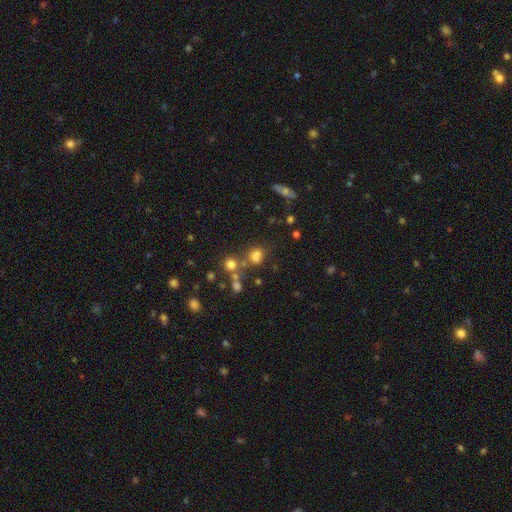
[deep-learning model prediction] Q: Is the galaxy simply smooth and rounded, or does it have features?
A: smooth — 69%.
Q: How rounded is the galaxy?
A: round — 58%.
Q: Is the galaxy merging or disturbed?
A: none — 55%.